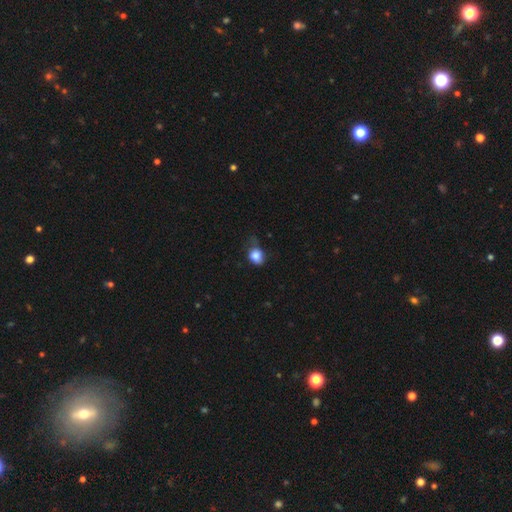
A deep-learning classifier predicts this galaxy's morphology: Smooth or featured?
  - smooth: 83% *
  - star or artifact: 10%
  - featured or disk: 8%
How rounded?
  - round: 51% *
  - in between: 47%
  - cigar-shaped: 1%
Merging?
  - none: 43% *
  - minor disturbance: 38%
  - major disturbance: 17%
  - merger: 2%